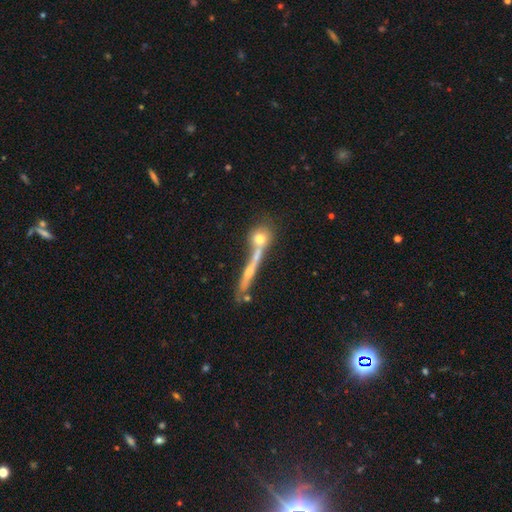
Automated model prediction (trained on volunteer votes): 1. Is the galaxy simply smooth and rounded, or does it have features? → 49% featured or disk, 32% smooth, 19% star or artifact.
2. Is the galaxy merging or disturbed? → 45% none, 36% merger, 10% minor disturbance, 8% major disturbance.